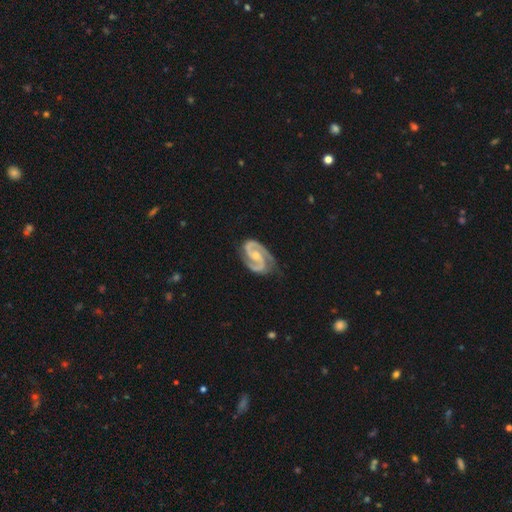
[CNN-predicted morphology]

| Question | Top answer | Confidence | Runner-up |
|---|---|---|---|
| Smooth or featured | featured or disk | 94% | star or artifact (3%) |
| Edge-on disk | no | 98% | yes (2%) |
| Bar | no | 44% | weak (39%) |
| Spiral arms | yes | 99% | no (1%) |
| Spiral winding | medium | 51% | tight (41%) |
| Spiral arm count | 2 | 94% | 3 (2%) |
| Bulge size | small | 48% | moderate (44%) |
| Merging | none | 79% | minor disturbance (16%) |